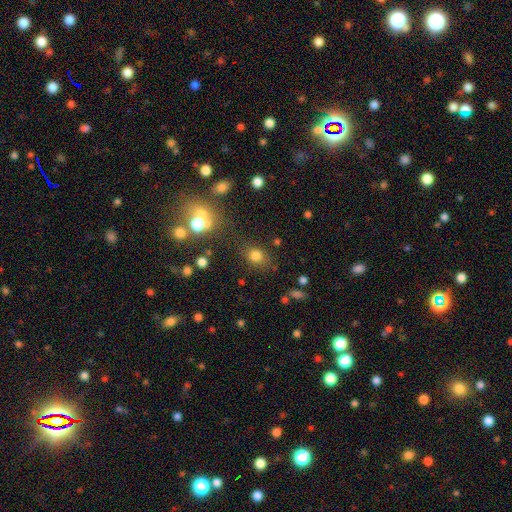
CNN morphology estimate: This appears to be a smooth galaxy with no disk features (76%) that is round (65%). Merging: none (73%).